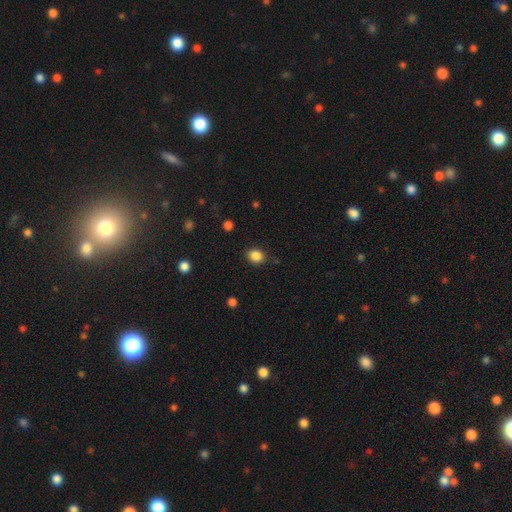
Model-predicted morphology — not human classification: smooth-or-featured: smooth: 86% | star or artifact: 10% | featured or disk: 4%
  how-rounded: round: 58% | in between: 41% | cigar-shaped: 1%
  merging: none: 83% | minor disturbance: 12% | major disturbance: 3% | merger: 2%